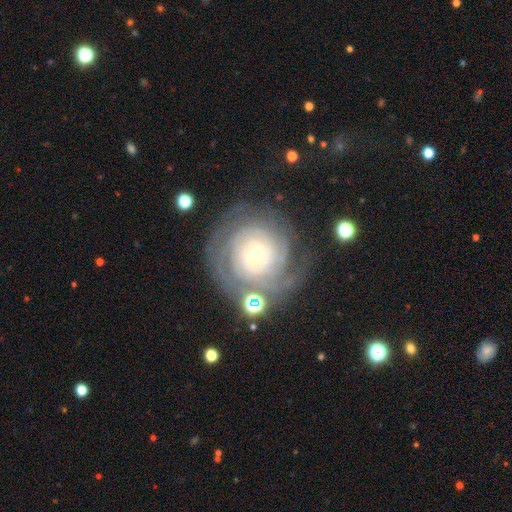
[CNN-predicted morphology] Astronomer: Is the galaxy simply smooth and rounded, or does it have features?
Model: featured or disk — 84%.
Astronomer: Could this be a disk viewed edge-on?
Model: no — 97%.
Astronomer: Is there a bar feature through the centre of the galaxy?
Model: no — 67%.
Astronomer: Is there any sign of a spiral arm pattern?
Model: yes — 95%.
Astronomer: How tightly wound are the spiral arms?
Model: tight — 81%.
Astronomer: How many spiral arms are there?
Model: can't tell — 36% (runner-up: 4, 16%).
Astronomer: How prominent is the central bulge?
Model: small — 66%.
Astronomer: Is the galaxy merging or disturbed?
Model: none — 73%.